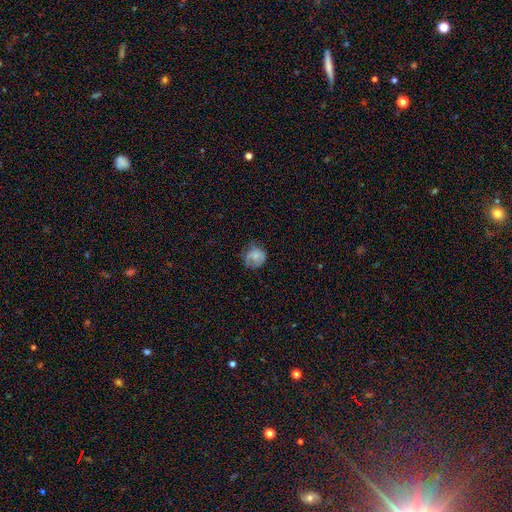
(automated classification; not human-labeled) Smooth or featured? Predicted: smooth (p=0.68). How rounded? Predicted: round (p=0.73). Merging? Predicted: none (p=0.50).